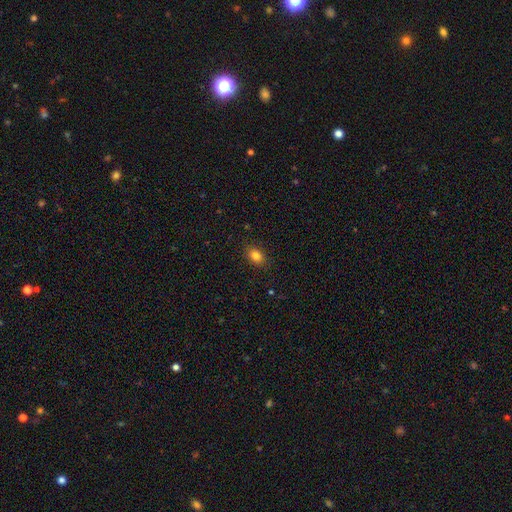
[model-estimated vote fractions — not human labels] Morphology: type=smooth (84%); roundness=in between (76%); merging=none (87%).